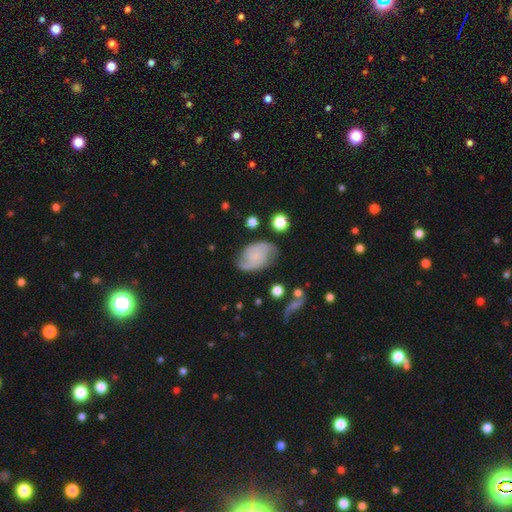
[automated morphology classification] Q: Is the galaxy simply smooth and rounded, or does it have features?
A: featured or disk — 67%.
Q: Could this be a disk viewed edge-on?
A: no — 97%.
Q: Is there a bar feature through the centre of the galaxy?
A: no — 69%.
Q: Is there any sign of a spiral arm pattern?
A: yes — 93%.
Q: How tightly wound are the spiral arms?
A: medium — 45%.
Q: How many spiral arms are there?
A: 2 — 80%.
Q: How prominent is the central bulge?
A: small — 51%.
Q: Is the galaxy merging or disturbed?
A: none — 71%.